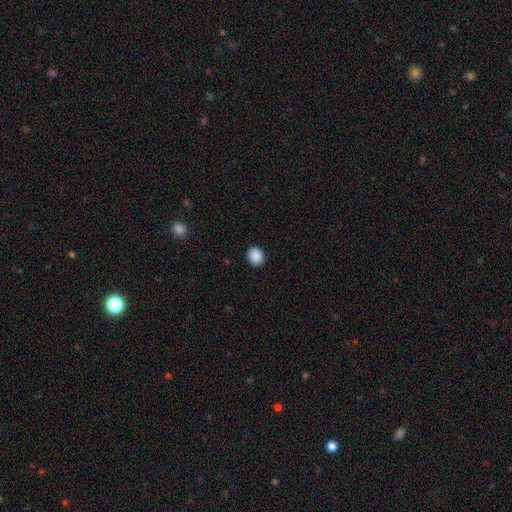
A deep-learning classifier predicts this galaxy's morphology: type=smooth (89%); roundness=round (69%); merging=none (91%).